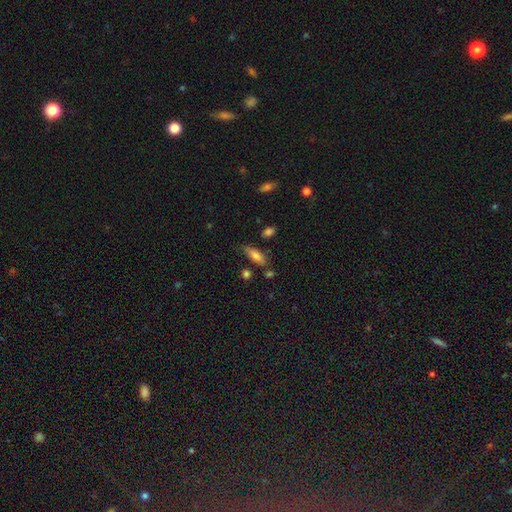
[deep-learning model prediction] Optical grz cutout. It shows a smooth galaxy with no disk features (76%) that is in between round and cigar-shaped (68%). Merging: none (62%).